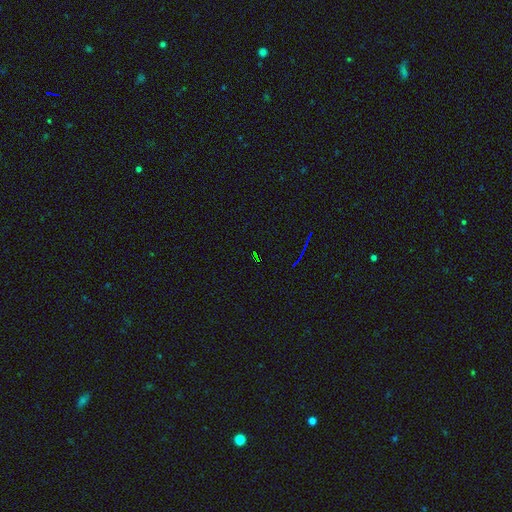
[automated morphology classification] smooth-or-featured: star or artifact: 80% | smooth: 10% | featured or disk: 9%